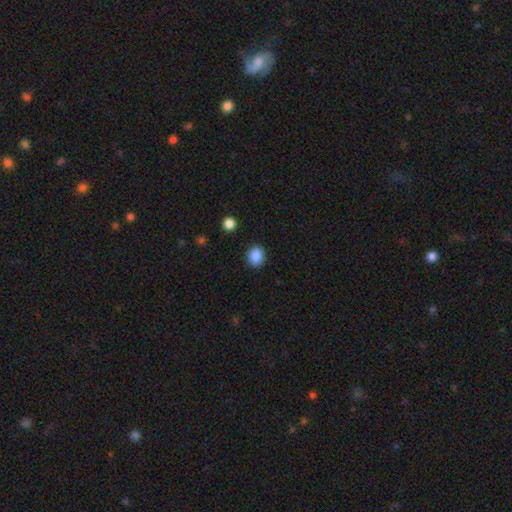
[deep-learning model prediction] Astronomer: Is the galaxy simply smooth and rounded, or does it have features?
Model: smooth — 88%.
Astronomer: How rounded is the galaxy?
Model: round — 61% (runner-up: in between, 38%).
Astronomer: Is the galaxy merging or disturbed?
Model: none — 87%.